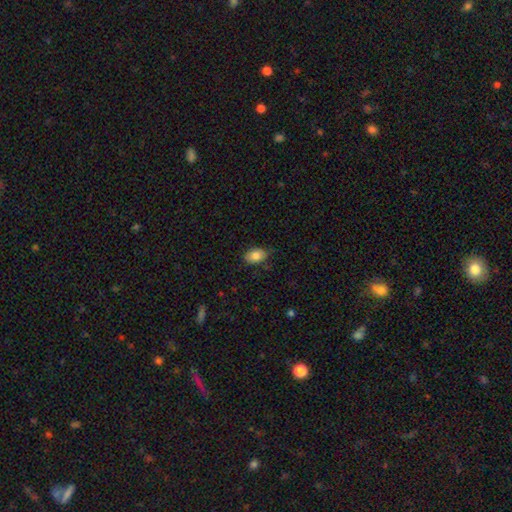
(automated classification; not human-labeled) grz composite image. It shows a smooth galaxy with no disk features (83%) that is in between round and cigar-shaped (89%). Merging: none (77%).